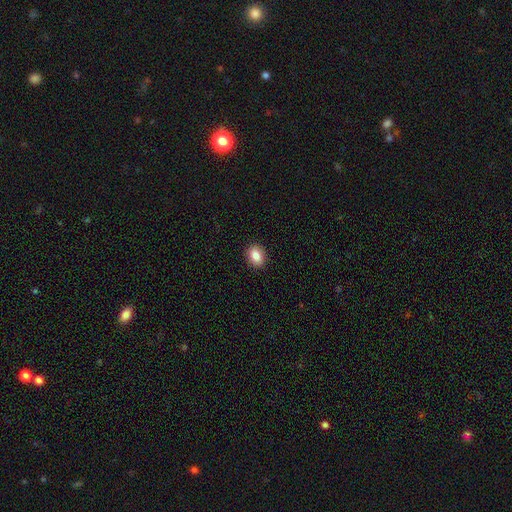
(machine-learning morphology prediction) This appears to be a smooth galaxy with no disk features (85%) that is in between round and cigar-shaped (64%). Merging: none (91%).